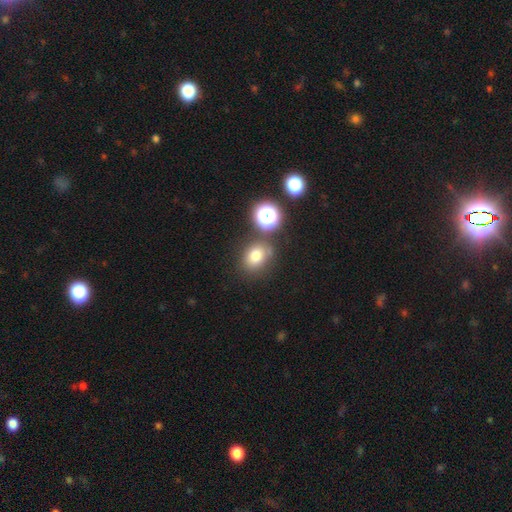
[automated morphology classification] This appears to be a smooth galaxy with no disk features (75%) that is round (53%). Merging: none (69%).